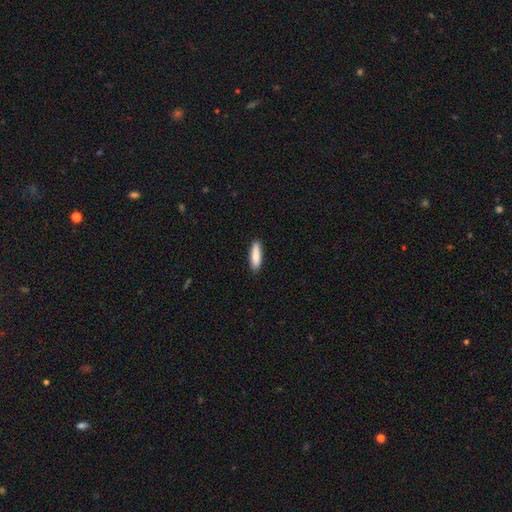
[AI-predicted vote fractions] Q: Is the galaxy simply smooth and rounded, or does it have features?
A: smooth — 83%.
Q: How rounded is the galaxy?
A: cigar-shaped — 65%.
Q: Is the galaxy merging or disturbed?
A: none — 89%.